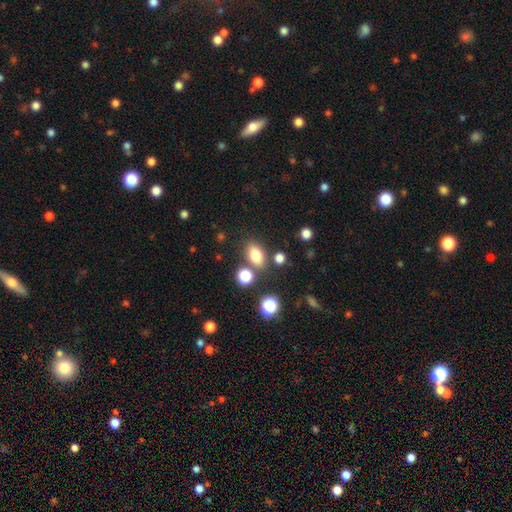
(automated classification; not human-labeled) Smooth or featured: smooth — 78% (star or artifact — 13%)
How rounded: in between — 79% (round — 18%)
Merging: none — 72% (merger — 12%)